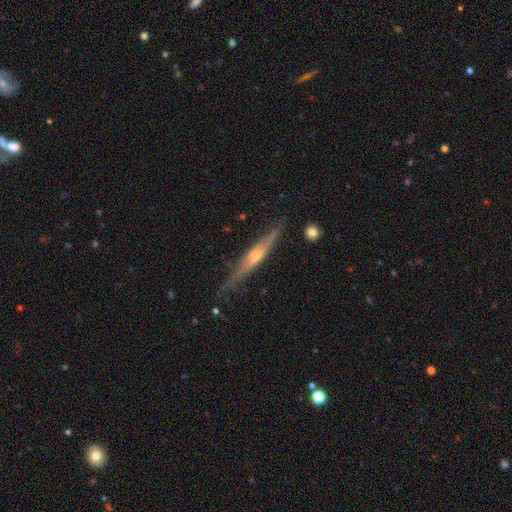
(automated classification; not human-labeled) The model was most divided on "edge-on bulge": rounded: 69%, none: 19%, boxy: 11%. More confident: edge-on disk — yes (96%); merging — none (77%); smooth or featured — featured or disk (74%).